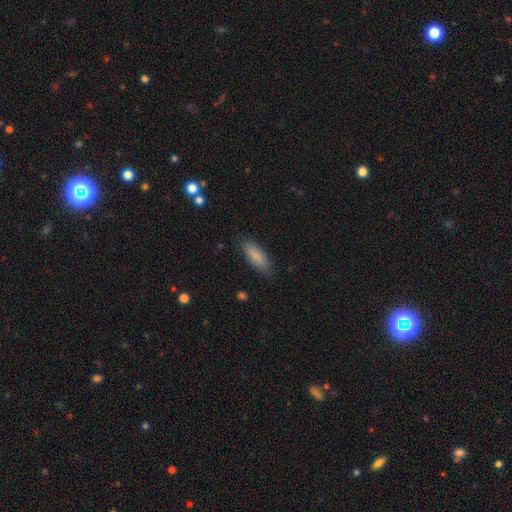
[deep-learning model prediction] Morphology: type=smooth (87%); roundness=in between (68%); merging=none (82%).